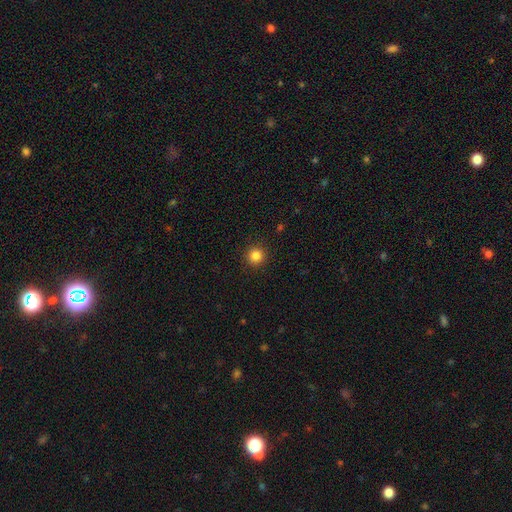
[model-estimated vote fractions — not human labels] Q: Smooth or featured?
A: smooth (84%); runner-up: star or artifact (12%)
Q: How rounded?
A: round (95%); runner-up: in between (4%)
Q: Merging?
A: none (92%); runner-up: minor disturbance (5%)